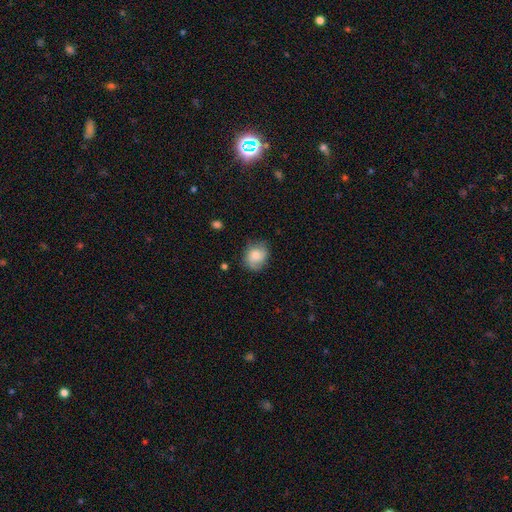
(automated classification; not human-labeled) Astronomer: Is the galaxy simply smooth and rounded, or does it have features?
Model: smooth — 72%.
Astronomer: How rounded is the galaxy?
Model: round — 60% (runner-up: in between, 39%).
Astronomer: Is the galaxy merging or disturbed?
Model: none — 72%.